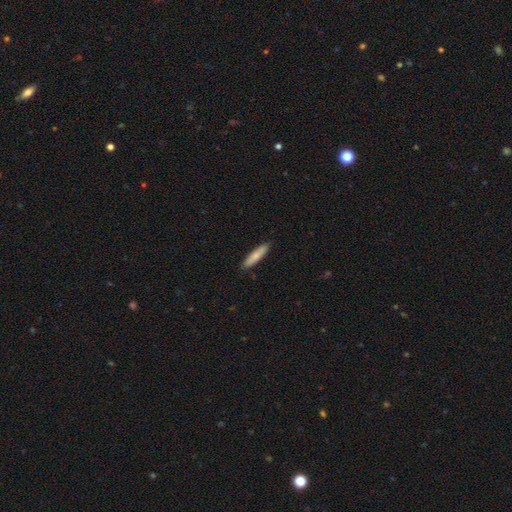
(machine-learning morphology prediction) Overall: smooth (81%). How rounded: cigar-shaped (82%). Merging: none (89%).